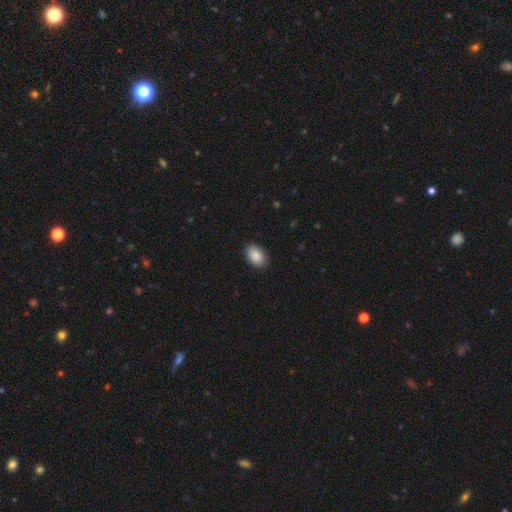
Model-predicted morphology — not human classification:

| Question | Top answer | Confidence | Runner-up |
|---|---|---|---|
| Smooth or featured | smooth | 89% | star or artifact (7%) |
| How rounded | in between | 89% | round (10%) |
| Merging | none | 87% | minor disturbance (10%) |